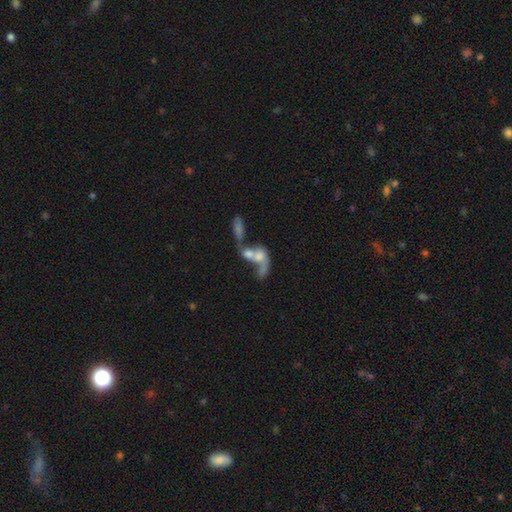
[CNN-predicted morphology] Smooth or featured?
  - featured or disk: 46% *
  - smooth: 43%
  - star or artifact: 11%
Merging?
  - merger: 77% *
  - major disturbance: 11%
  - none: 8%
  - minor disturbance: 4%